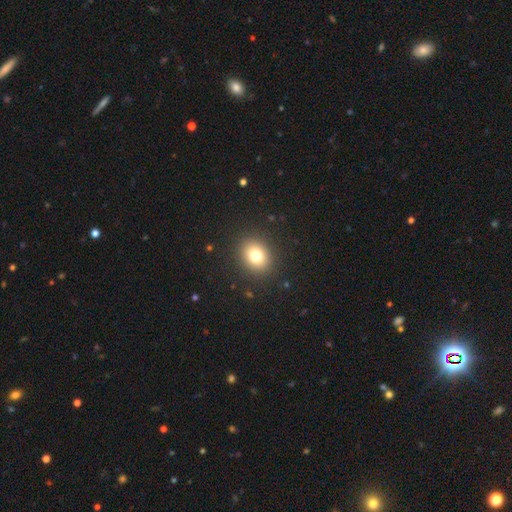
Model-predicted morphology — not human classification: A smooth galaxy with no disk features (77%) that is round (59%).

Vote fractions:
- Smooth or featured? smooth: 77% / star or artifact: 13% / featured or disk: 10%
- How rounded? round: 59% / in between: 40% / cigar-shaped: 1%
- Merging? none: 89% / minor disturbance: 7% / major disturbance: 3% / merger: 1%